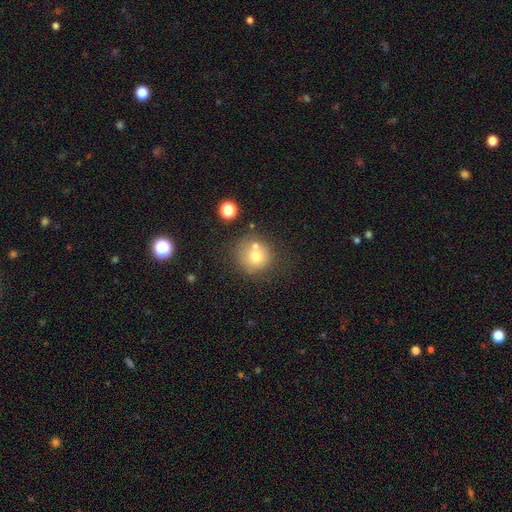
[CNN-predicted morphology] The model was most divided on "merging": none: 56%, merger: 26%, minor disturbance: 13%, major disturbance: 5%. More confident: how rounded — round (90%); smooth or featured — smooth (70%).